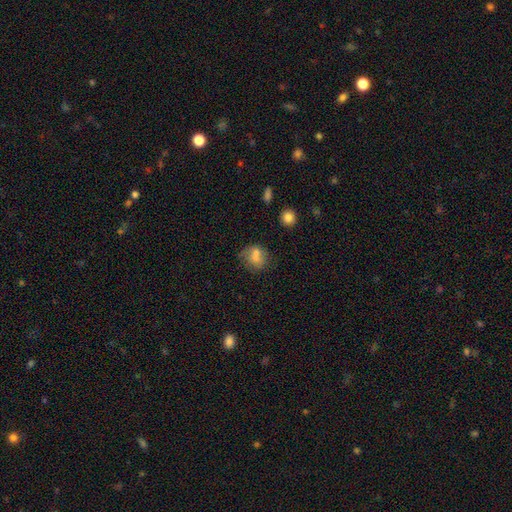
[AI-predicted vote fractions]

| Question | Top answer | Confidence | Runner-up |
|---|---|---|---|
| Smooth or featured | smooth | 69% | featured or disk (19%) |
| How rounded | round | 65% | in between (34%) |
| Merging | none | 48% | minor disturbance (22%) |